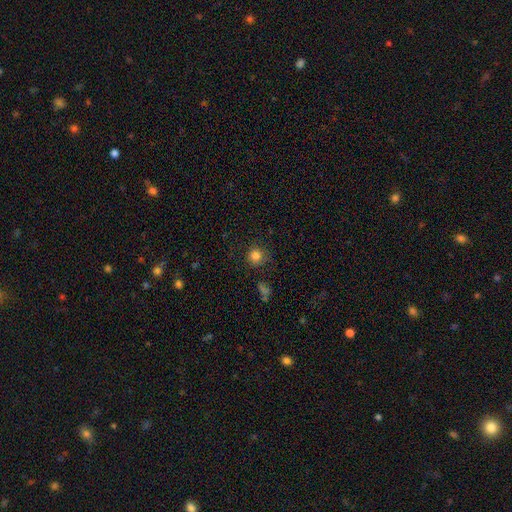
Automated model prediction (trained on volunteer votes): A smooth galaxy with no disk features (82%) that is round (93%).

Vote fractions:
- Smooth or featured? smooth: 82% / star or artifact: 13% / featured or disk: 5%
- How rounded? round: 93% / in between: 6% / cigar-shaped: 1%
- Merging? none: 84% / minor disturbance: 10% / major disturbance: 3% / merger: 2%